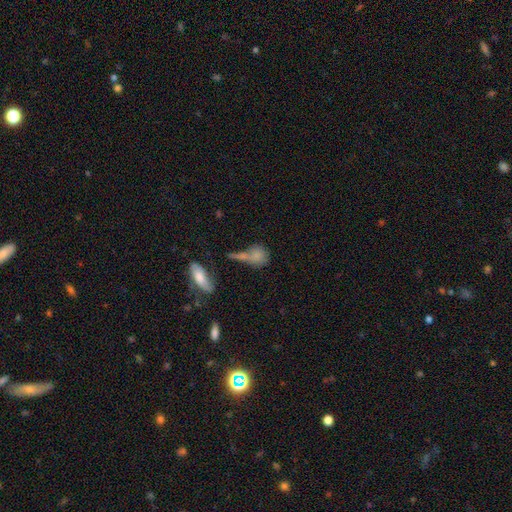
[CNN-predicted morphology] A smooth galaxy with no disk features (73%) that is round (47%).

Vote fractions:
- Smooth or featured? smooth: 73% / featured or disk: 16% / star or artifact: 11%
- How rounded? round: 47% / in between: 42% / cigar-shaped: 11%
- Merging? none: 37% (tied) / merger: 37% (tied) / minor disturbance: 14% / major disturbance: 12%